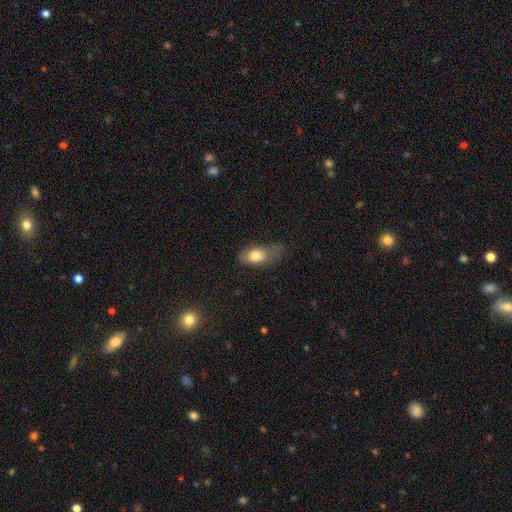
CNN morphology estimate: smooth-or-featured: smooth: 77% | featured or disk: 15% | star or artifact: 8%
  how-rounded: in between: 87% | round: 8% | cigar-shaped: 6%
  merging: none: 41% | minor disturbance: 35% | major disturbance: 21% | merger: 2%